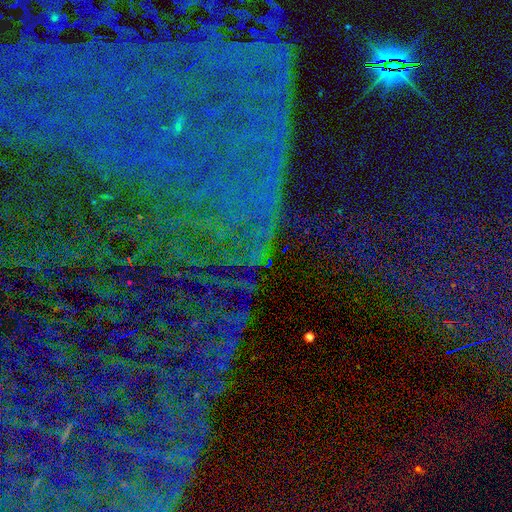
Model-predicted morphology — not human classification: Smooth or featured?
  - star or artifact: 81% *
  - featured or disk: 10%
  - smooth: 9%